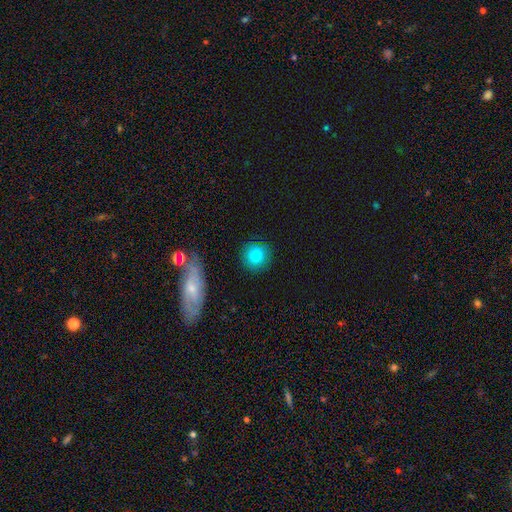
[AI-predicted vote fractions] The model was most divided on "smooth or featured": smooth: 81%, star or artifact: 10%, featured or disk: 9%. More confident: how rounded — round (92%); merging — none (88%).